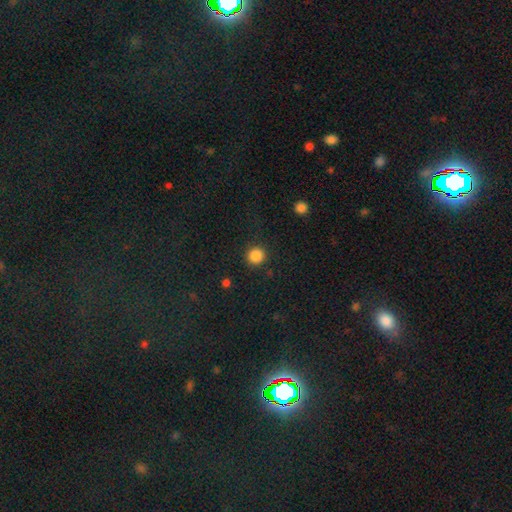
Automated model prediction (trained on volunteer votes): This appears to be a smooth galaxy with no disk features (86%) that is round (94%). Merging: none (90%).